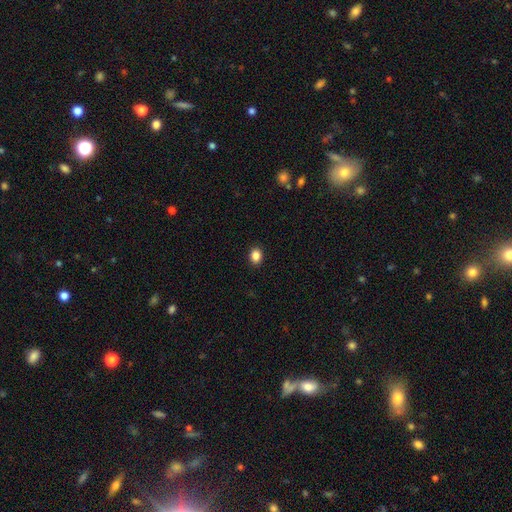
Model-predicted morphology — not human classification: The model was most divided on "how rounded": in between: 53%, round: 46%, cigar-shaped: 1%. More confident: merging — none (91%); smooth or featured — smooth (86%).